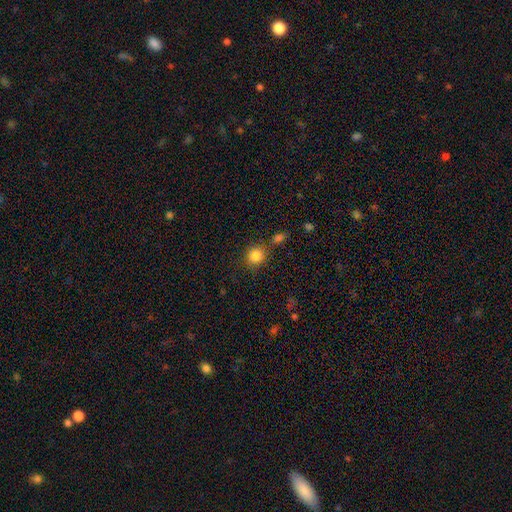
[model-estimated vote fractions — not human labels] Smooth or featured? Predicted: smooth (p=0.85). How rounded? Predicted: round (p=0.86). Merging? Predicted: none (p=0.77).